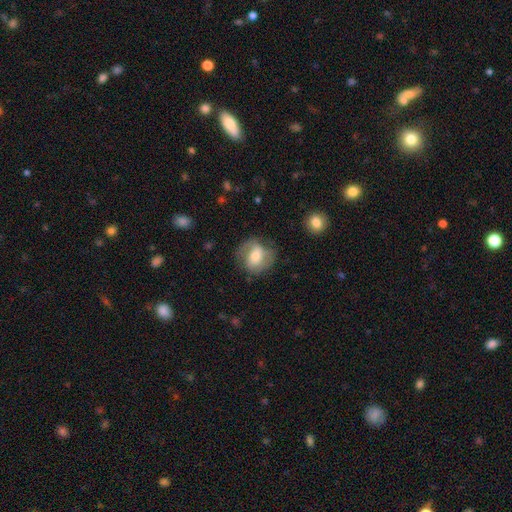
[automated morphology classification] Smooth or featured? Predicted: featured or disk (p=0.50). Merging? Predicted: none (p=0.68).